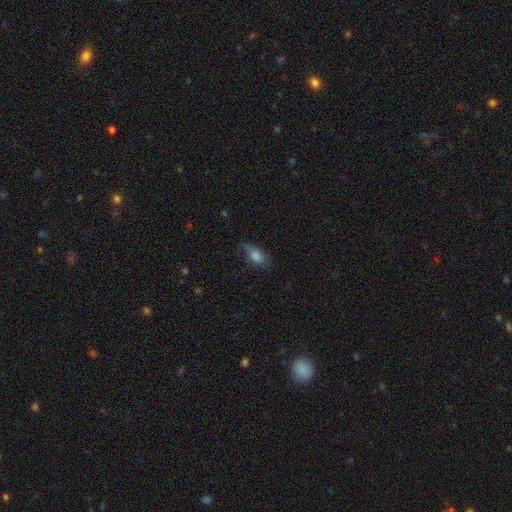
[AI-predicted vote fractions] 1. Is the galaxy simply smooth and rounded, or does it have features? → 60% smooth, 29% featured or disk, 11% star or artifact.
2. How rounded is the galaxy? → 83% in between, 9% round, 7% cigar-shaped.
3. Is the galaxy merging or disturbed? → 49% none, 30% minor disturbance, 19% major disturbance, 2% merger.